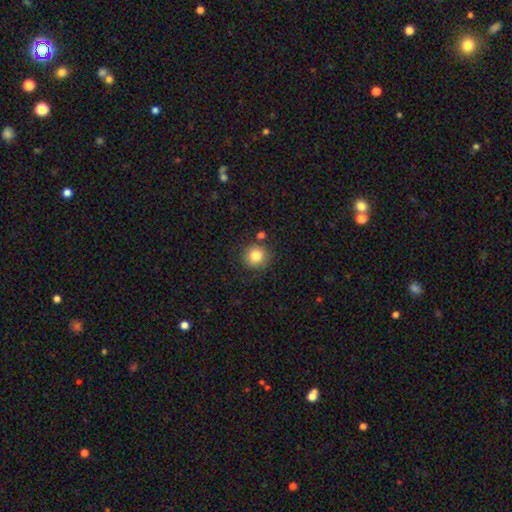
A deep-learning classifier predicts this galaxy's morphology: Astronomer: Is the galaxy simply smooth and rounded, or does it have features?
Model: smooth — 84%.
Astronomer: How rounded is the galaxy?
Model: round — 91%.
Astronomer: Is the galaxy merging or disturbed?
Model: none — 80%.